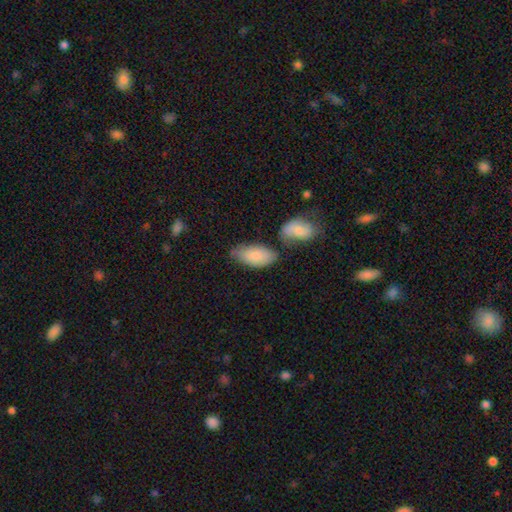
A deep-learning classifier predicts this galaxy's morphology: Smooth or featured: smooth — 84% (featured or disk — 11%)
How rounded: in between — 92% (cigar-shaped — 5%)
Merging: none — 55% (minor disturbance — 21%)